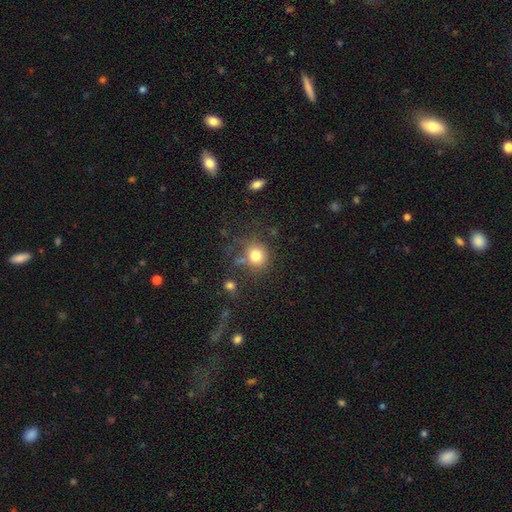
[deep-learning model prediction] The model was most divided on "merging": none: 68%, minor disturbance: 16%, major disturbance: 8%, merger: 8%. More confident: how rounded — round (80%); smooth or featured — smooth (80%).